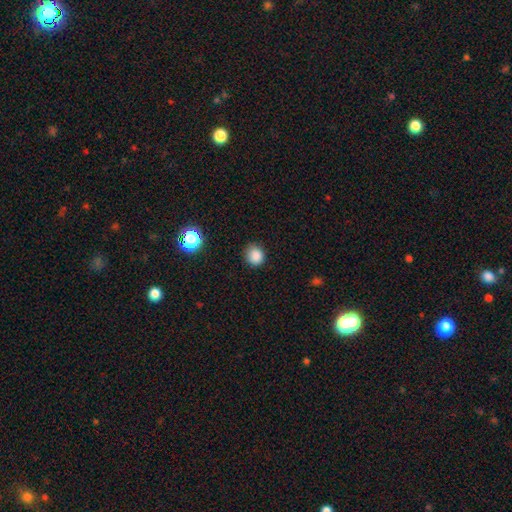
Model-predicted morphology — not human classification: Overall: smooth (85%). How rounded: round (84%). Merging: none (83%).